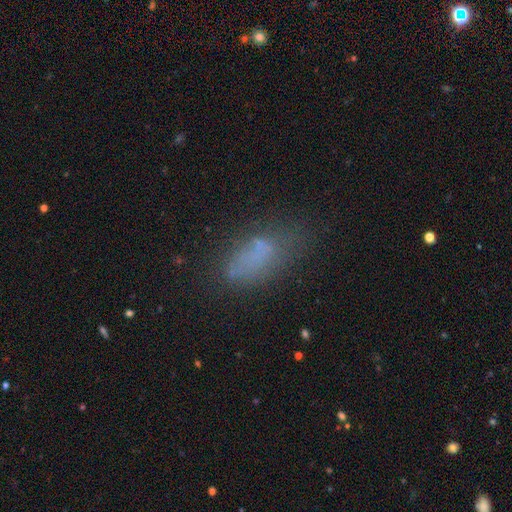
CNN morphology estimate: The model was most divided on "merging": none: 52%, minor disturbance: 25%, major disturbance: 17%, merger: 6%. More confident: how rounded — in between (80%); smooth or featured — smooth (63%).